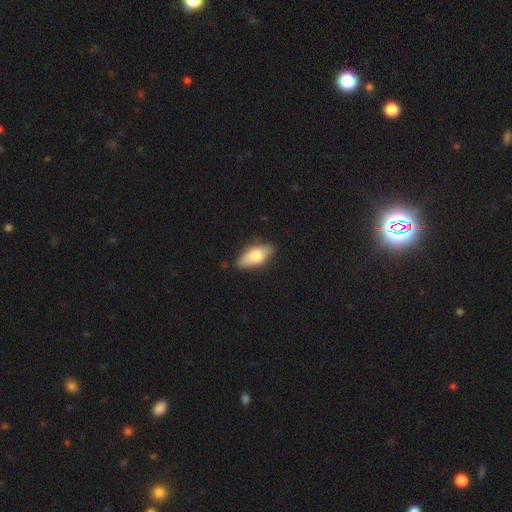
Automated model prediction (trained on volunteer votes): Q: Smooth or featured?
A: smooth (72%); runner-up: featured or disk (22%)
Q: How rounded?
A: in between (84%); runner-up: cigar-shaped (13%)
Q: Merging?
A: none (77%); runner-up: minor disturbance (18%)